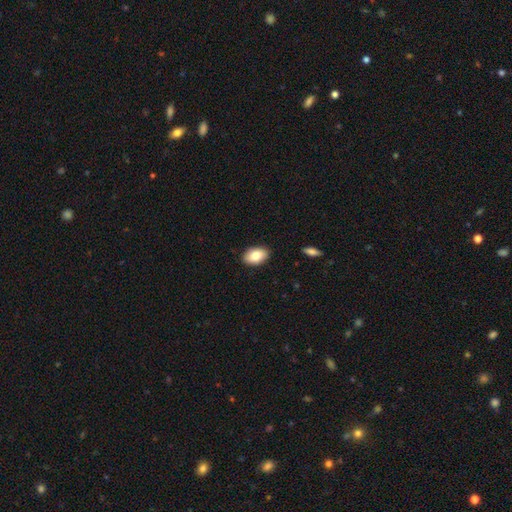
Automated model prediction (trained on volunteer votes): Q: Smooth or featured?
A: smooth (83%); runner-up: featured or disk (11%)
Q: How rounded?
A: in between (91%); runner-up: round (7%)
Q: Merging?
A: none (89%); runner-up: minor disturbance (8%)